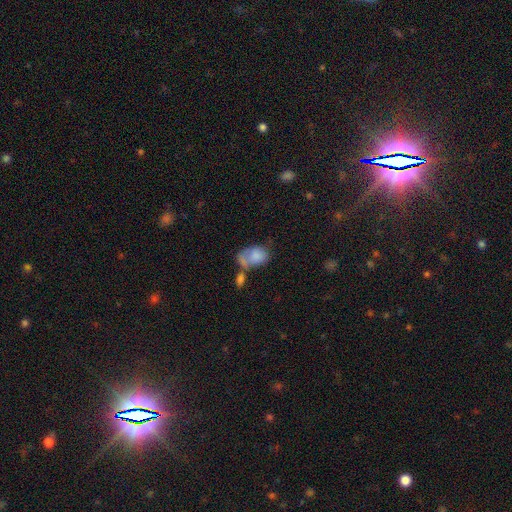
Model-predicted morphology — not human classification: A smooth galaxy with no disk features (74%) that is in between round and cigar-shaped (85%). Merging: merger (45%).